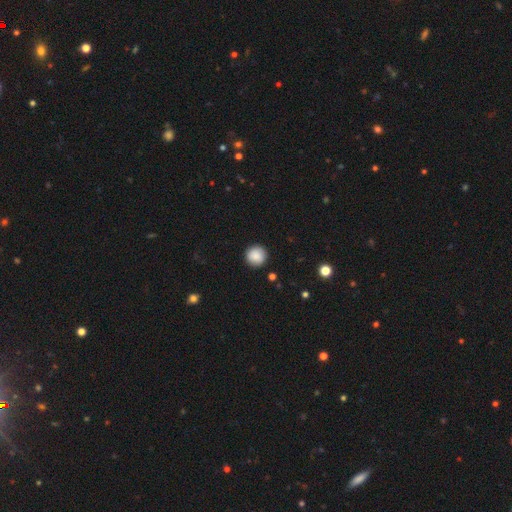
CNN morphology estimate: This appears to be a smooth galaxy with no disk features (88%) that is round (95%). Merging: none (91%).